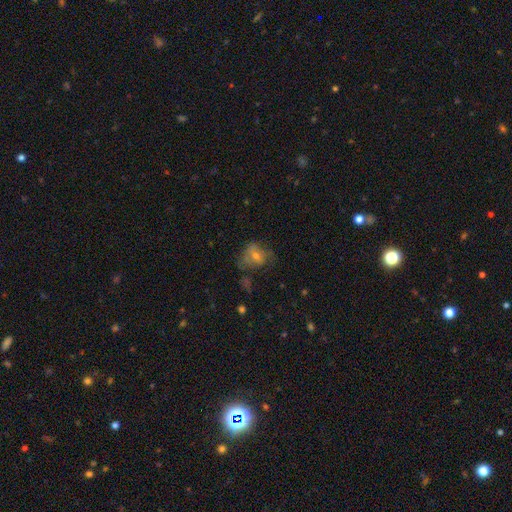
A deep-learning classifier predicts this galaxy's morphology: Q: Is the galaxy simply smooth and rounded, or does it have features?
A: smooth — 56%.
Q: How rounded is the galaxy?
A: in between — 51%.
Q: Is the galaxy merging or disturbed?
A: none — 38%.